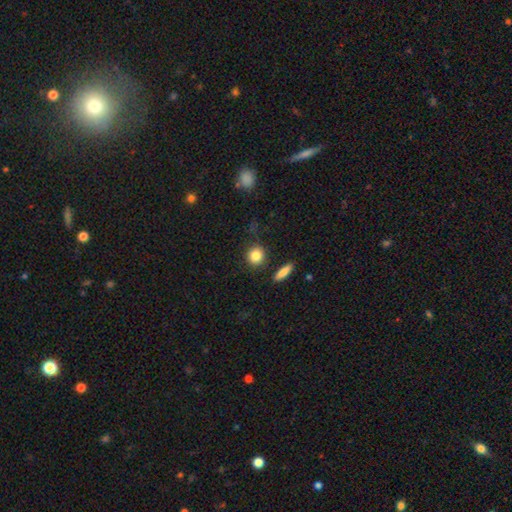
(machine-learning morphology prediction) Smooth or featured?
  - smooth: 86% *
  - star or artifact: 8%
  - featured or disk: 6%
How rounded?
  - round: 83% *
  - in between: 15%
  - cigar-shaped: 2%
Merging?
  - none: 85% *
  - minor disturbance: 9%
  - merger: 4%
  - major disturbance: 3%